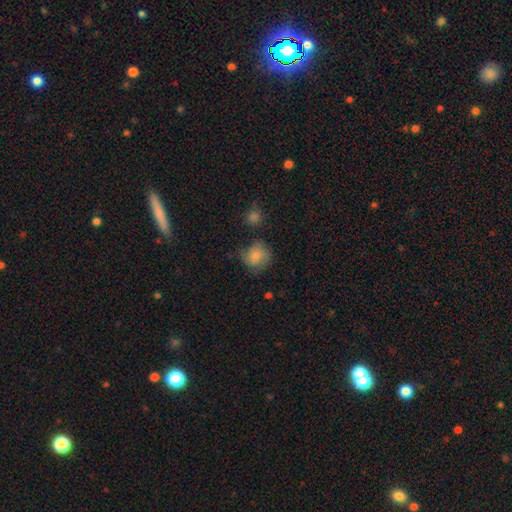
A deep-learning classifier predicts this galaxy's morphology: Smooth or featured? Predicted: smooth (p=0.76). How rounded? Predicted: round (p=0.77). Merging? Predicted: none (p=0.57).